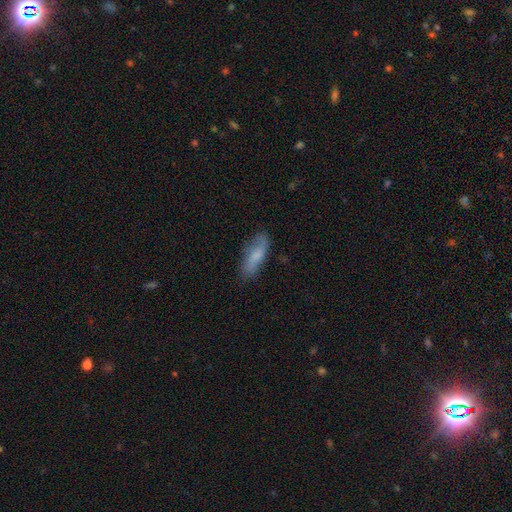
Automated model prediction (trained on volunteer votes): A smooth galaxy with no disk features (65%) that is in between round and cigar-shaped (57%). Merging: none (72%).